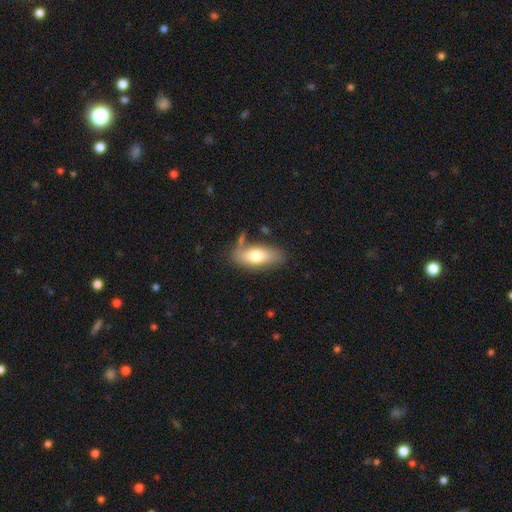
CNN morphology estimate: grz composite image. It shows a smooth galaxy with no disk features (69%) that is in between round and cigar-shaped (84%). Merging: none (66%).